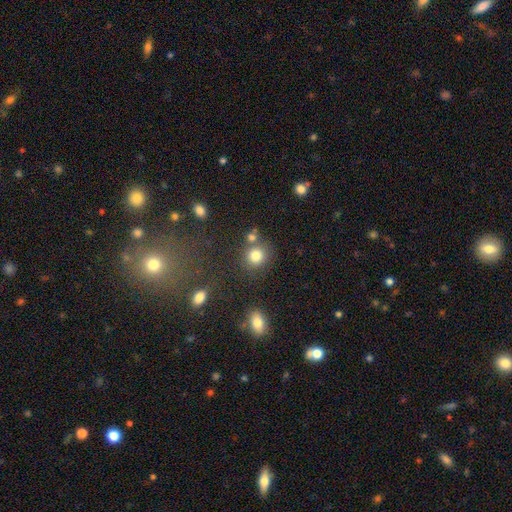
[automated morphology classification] smooth-or-featured: smooth: 81% | star or artifact: 12% | featured or disk: 7%
  how-rounded: round: 84% | in between: 15% | cigar-shaped: 1%
  merging: none: 65% | merger: 20% | minor disturbance: 11% | major disturbance: 4%